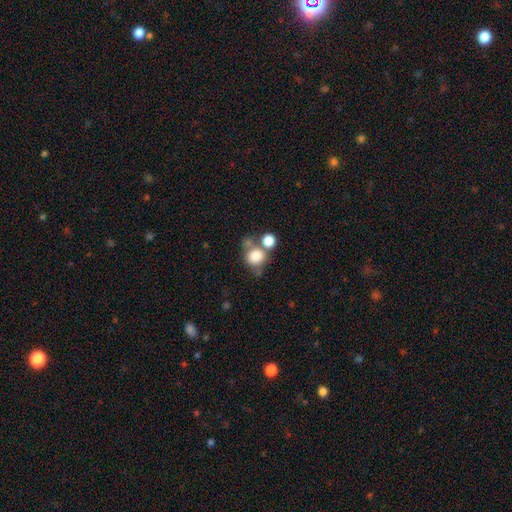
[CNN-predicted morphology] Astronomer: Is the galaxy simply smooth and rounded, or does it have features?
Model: smooth — 78%.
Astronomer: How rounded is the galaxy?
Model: round — 77%.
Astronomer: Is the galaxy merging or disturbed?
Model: none — 46% (runner-up: merger, 35%).